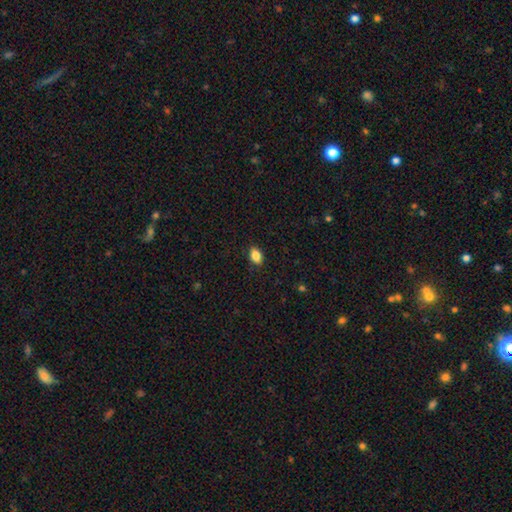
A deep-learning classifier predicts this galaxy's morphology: type=smooth (86%); roundness=in between (86%); merging=none (87%).